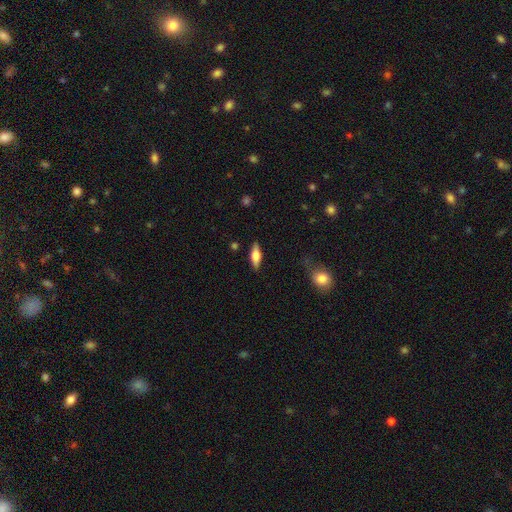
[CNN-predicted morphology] smooth-or-featured: smooth: 50% | featured or disk: 44% | star or artifact: 6%
  merging: none: 86% | minor disturbance: 10% | major disturbance: 3% | merger: 1%